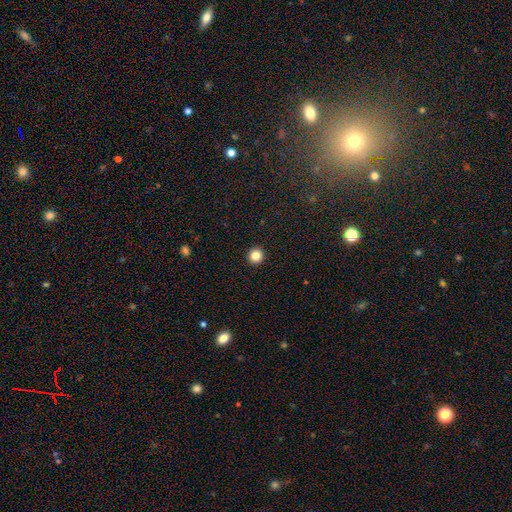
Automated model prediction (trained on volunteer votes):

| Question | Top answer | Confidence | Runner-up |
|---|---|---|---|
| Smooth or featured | smooth | 84% | star or artifact (12%) |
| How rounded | round | 96% | in between (3%) |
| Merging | none | 94% | minor disturbance (4%) |